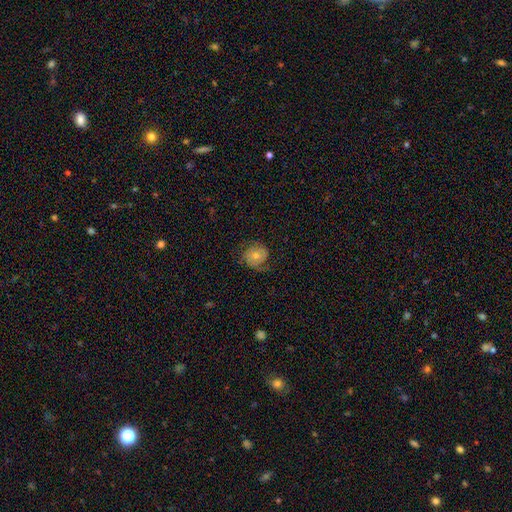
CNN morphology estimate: smooth 50%, featured or disk 41%, star or artifact 8%. Down the decision tree: how rounded — round (78%); merging — none (60%).